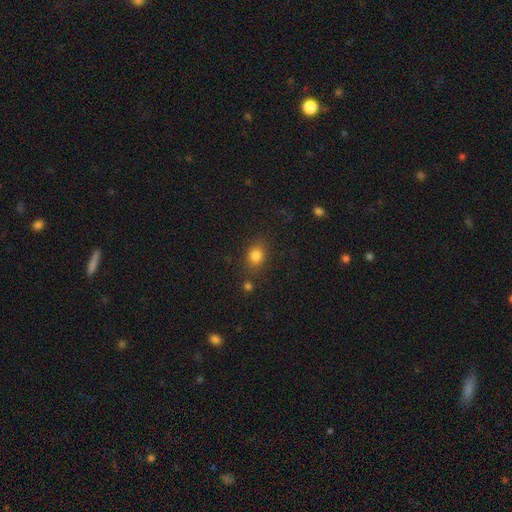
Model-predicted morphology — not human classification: Smooth or featured? smooth (82%)
How rounded? round (56%)
Merging? none (77%)